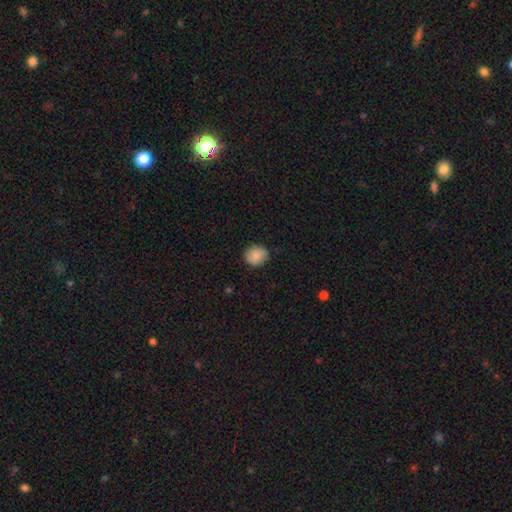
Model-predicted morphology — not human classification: smooth-or-featured: smooth: 83% | featured or disk: 9% | star or artifact: 8%
  how-rounded: round: 77% | in between: 22% | cigar-shaped: 1%
  merging: none: 81% | minor disturbance: 16% | major disturbance: 3% | merger: 1%